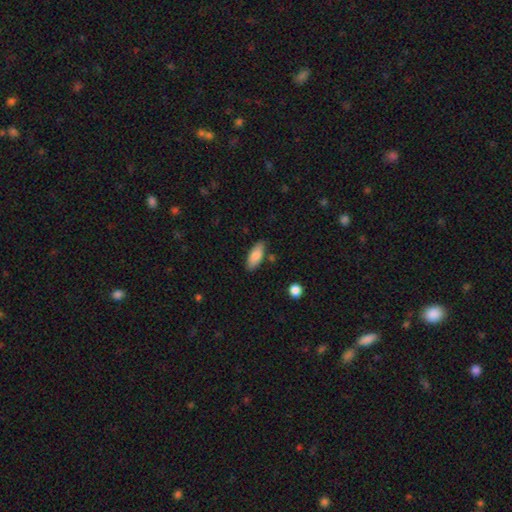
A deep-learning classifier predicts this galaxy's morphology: The model was most divided on "how rounded": in between: 80%, cigar-shaped: 18%, round: 2%. More confident: smooth or featured — smooth (84%); merging — none (80%).